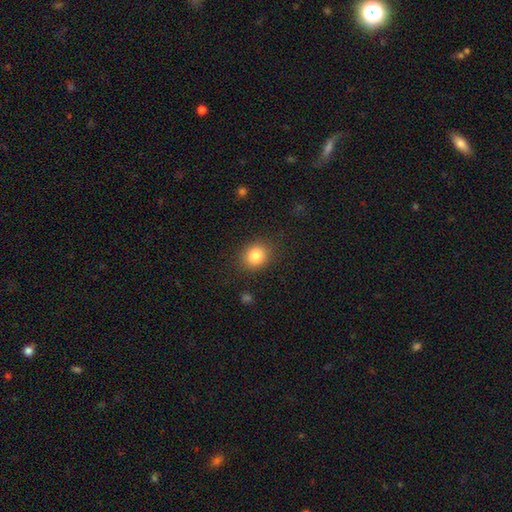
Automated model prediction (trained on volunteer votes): Morphology: type=smooth (84%); roundness=round (72%); merging=none (86%).